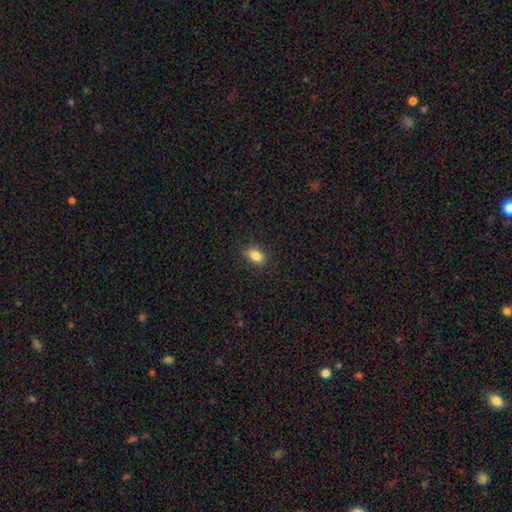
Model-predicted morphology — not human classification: Overall: smooth (85%). How rounded: in between (82%). Merging: none (86%).